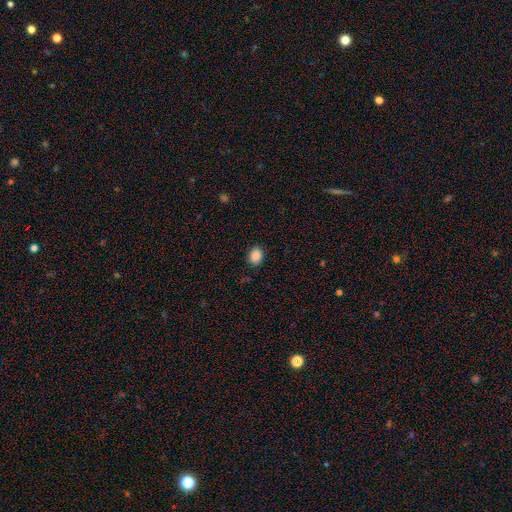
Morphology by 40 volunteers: This is clearly a smooth galaxy (95%). How rounded: likely in between (71%). Merging: clearly none (95%).